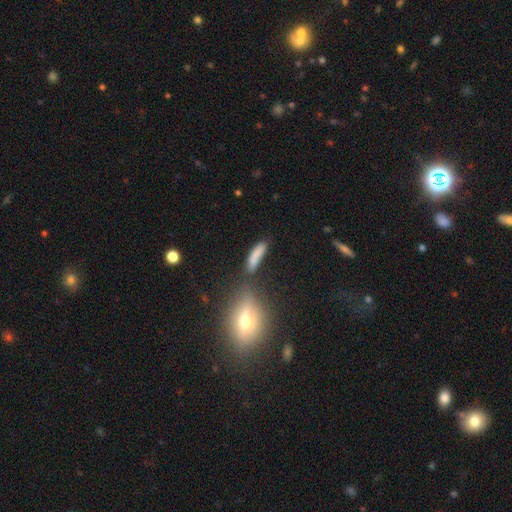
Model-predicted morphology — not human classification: A smooth galaxy with no disk features (78%) that is cigar-shaped (66%). Merging: none (53%).